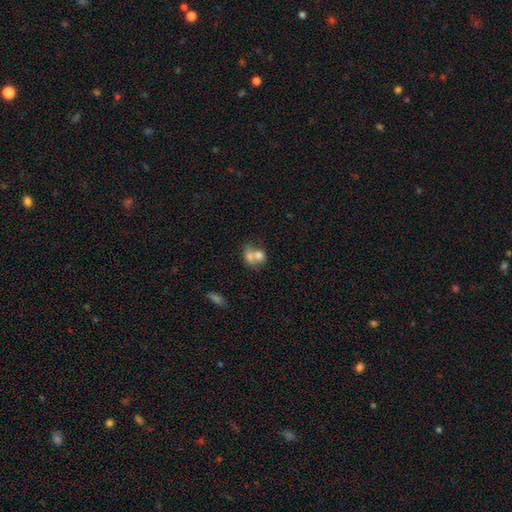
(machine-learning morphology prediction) This is likely a smooth galaxy (69%). How rounded: possibly round (54%). Merging: likely merger (69%).